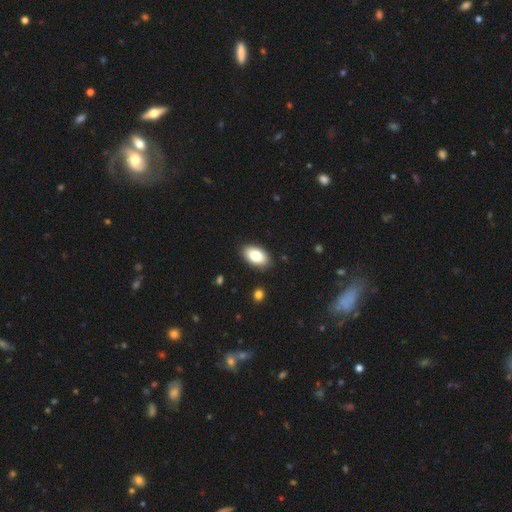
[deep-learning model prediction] Smooth or featured?
  - smooth: 82% *
  - featured or disk: 11%
  - star or artifact: 7%
How rounded?
  - in between: 94% *
  - round: 4%
  - cigar-shaped: 2%
Merging?
  - none: 89% *
  - minor disturbance: 8%
  - major disturbance: 2%
  - merger: 1%